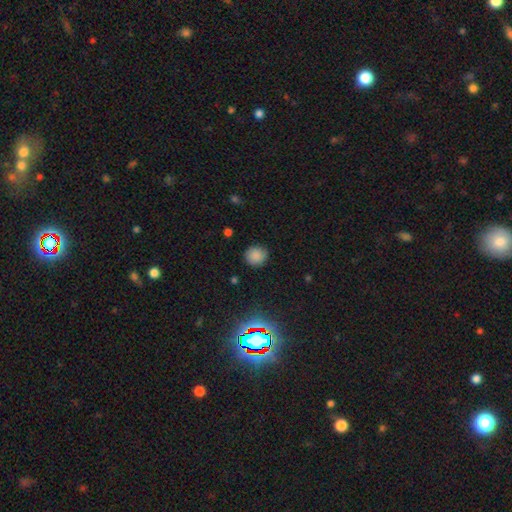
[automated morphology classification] This appears to be a smooth galaxy with no disk features (82%) that is round (88%). Merging: none (87%).